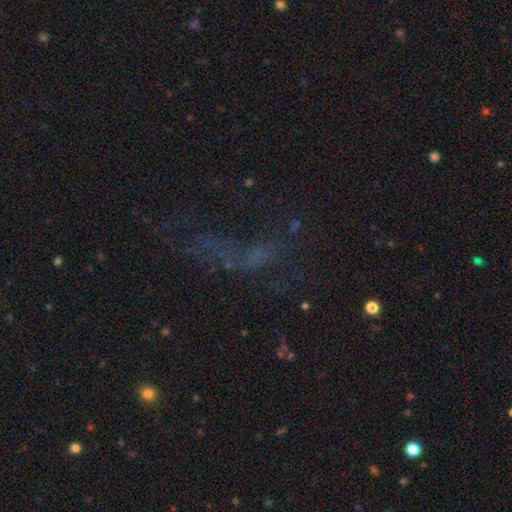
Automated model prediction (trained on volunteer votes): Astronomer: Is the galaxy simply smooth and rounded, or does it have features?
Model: star or artifact — 42% (runner-up: featured or disk, 30%).